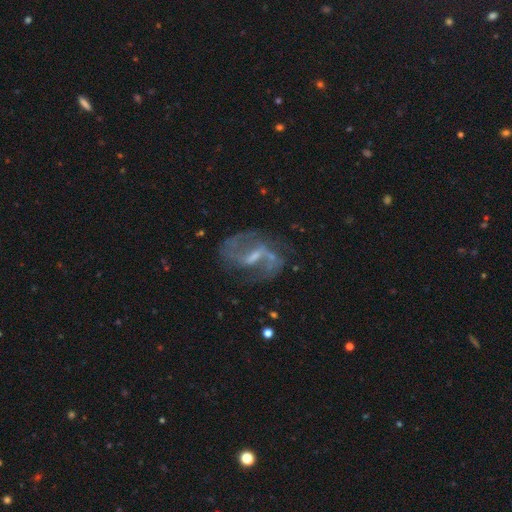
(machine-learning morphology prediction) Smooth or featured?
  - featured or disk: 85% *
  - star or artifact: 8%
  - smooth: 7%
Edge-on disk?
  - no: 97% *
  - yes: 3%
Bar?
  - weak: 53% *
  - strong: 34%
  - no: 14%
Spiral arms?
  - yes: 93% *
  - no: 7%
Spiral winding?
  - medium: 46% *
  - loose: 44%
  - tight: 10%
Spiral arm count?
  - 2: 88% *
  - can't tell: 5%
  - 1: 2%
  - 3: 2%
  - 4: 1%
  - more than 4: 1%
Bulge size?
  - small: 48% *
  - moderate: 30%
  - none: 19%
  - large: 2%
  - dominant: 1%
Merging?
  - none: 67% *
  - minor disturbance: 17%
  - major disturbance: 12%
  - merger: 4%